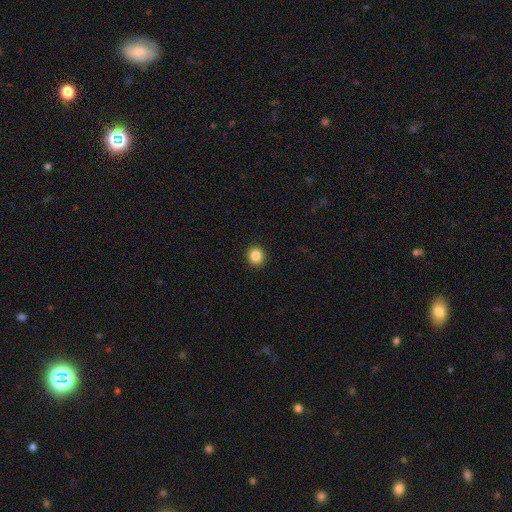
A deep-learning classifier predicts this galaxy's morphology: This is clearly a smooth galaxy (86%). How rounded: clearly round (87%). Merging: clearly none (93%).